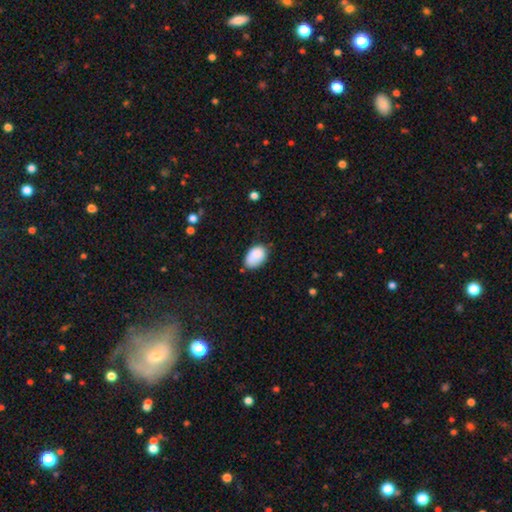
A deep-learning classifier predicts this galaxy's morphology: A smooth galaxy with no disk features (87%) that is in between round and cigar-shaped (89%). Merging: none (66%).